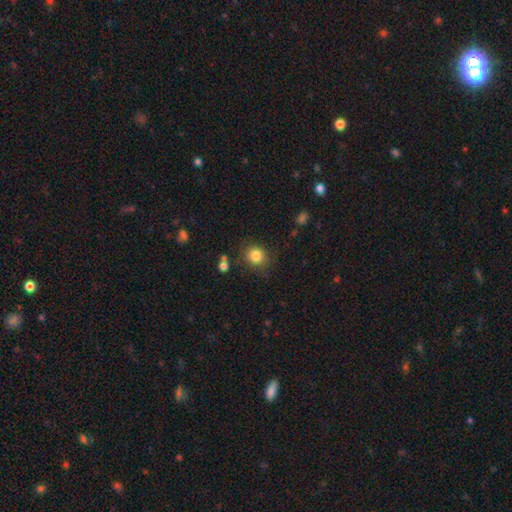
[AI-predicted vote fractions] Q: Smooth or featured?
A: smooth (84%); runner-up: star or artifact (11%)
Q: How rounded?
A: round (78%); runner-up: in between (21%)
Q: Merging?
A: none (83%); runner-up: minor disturbance (10%)